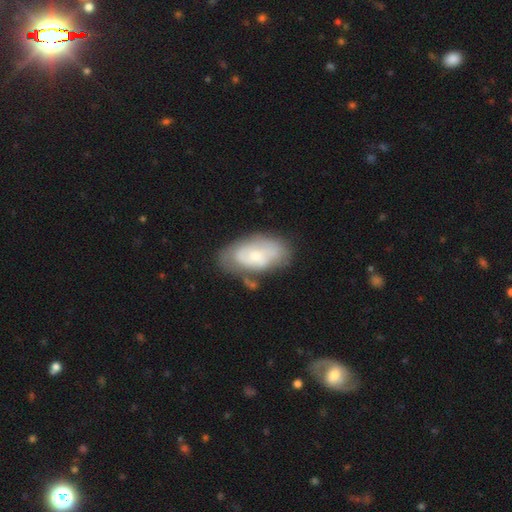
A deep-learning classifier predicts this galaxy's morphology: smooth_or_featured: featured or disk (p=0.50) [alt: smooth p=0.43]
disk_edge_on: no (p=0.93) [alt: yes p=0.07]
merging: none (p=0.57) [alt: minor disturbance p=0.25]